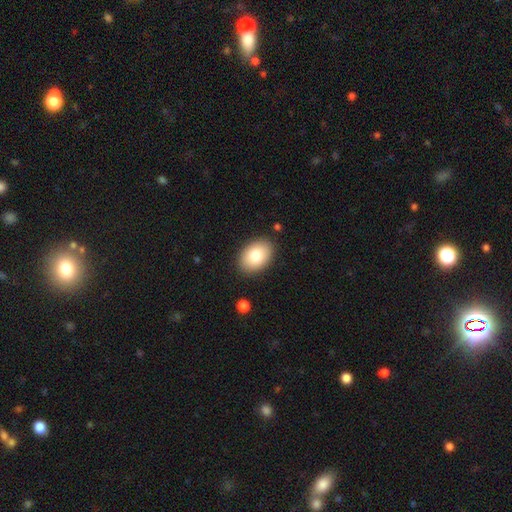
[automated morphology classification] type=smooth (82%); roundness=in between (85%); merging=none (88%).